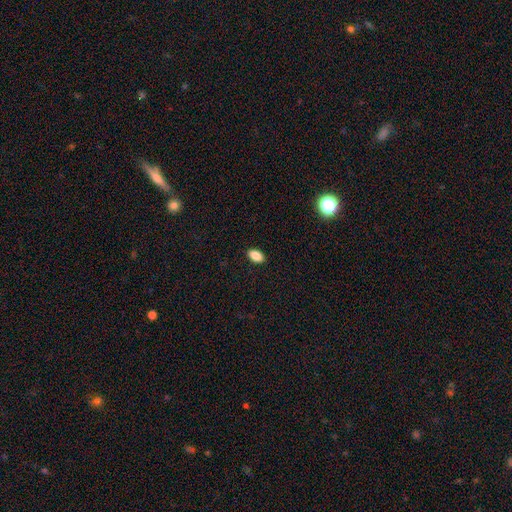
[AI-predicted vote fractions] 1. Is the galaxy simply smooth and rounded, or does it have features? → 87% smooth, 9% star or artifact, 4% featured or disk.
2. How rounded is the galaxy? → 91% in between, 6% round, 3% cigar-shaped.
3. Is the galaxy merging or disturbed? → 90% none, 7% minor disturbance, 2% major disturbance, 1% merger.